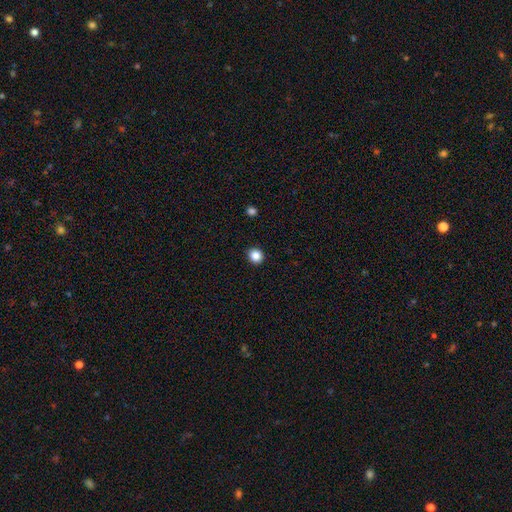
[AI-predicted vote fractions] Q: Smooth or featured?
A: smooth (85%); runner-up: star or artifact (11%)
Q: How rounded?
A: round (89%); runner-up: in between (10%)
Q: Merging?
A: none (92%); runner-up: minor disturbance (5%)